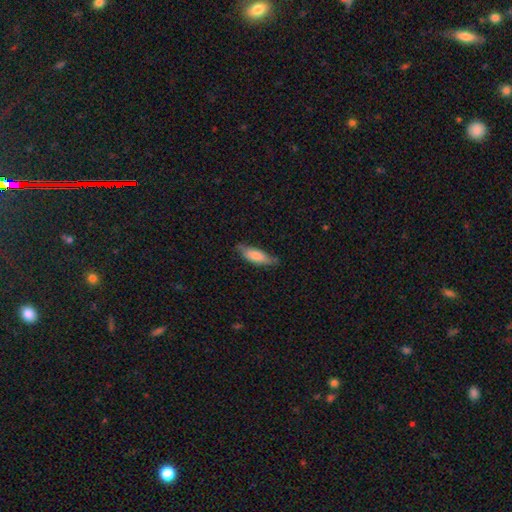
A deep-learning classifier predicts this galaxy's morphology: Smooth or featured: smooth — 76% (featured or disk — 18%)
How rounded: in between — 55% (cigar-shaped — 43%)
Merging: none — 68% (minor disturbance — 26%)